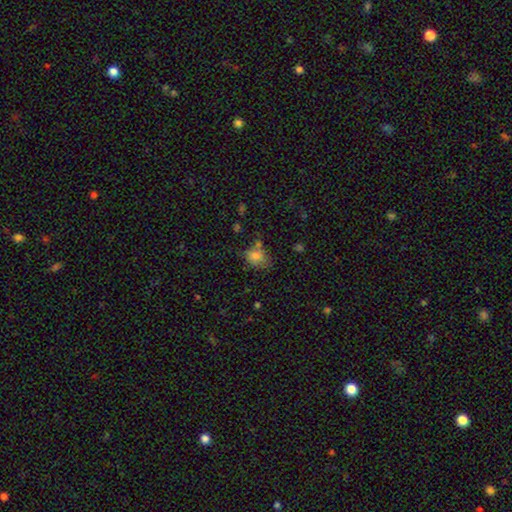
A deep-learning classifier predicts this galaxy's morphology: smooth 75%, featured or disk 13%, star or artifact 12%. Down the decision tree: how rounded — in between (56%); merging — none (47%).